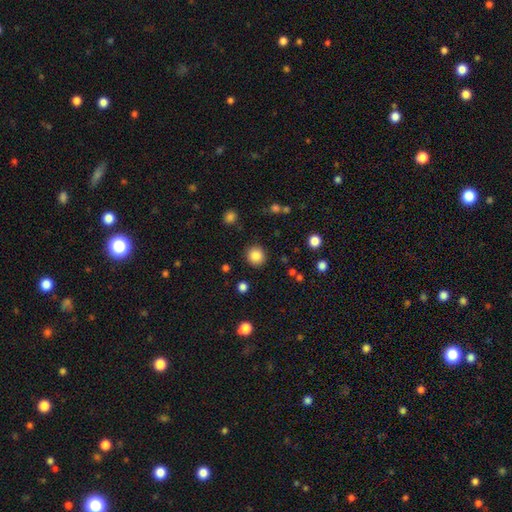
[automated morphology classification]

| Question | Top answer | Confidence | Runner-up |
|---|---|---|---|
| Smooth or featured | smooth | 85% | star or artifact (10%) |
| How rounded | round | 92% | in between (7%) |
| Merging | none | 90% | minor disturbance (6%) |